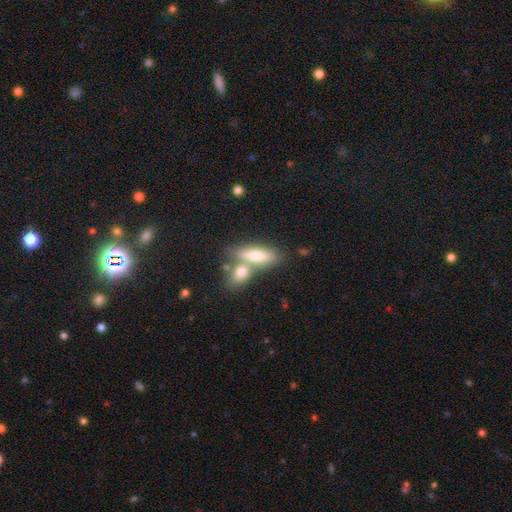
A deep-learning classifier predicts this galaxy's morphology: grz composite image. It shows a smooth galaxy with no disk features (68%) that is in between round and cigar-shaped (61%). Merging: merger (47%).